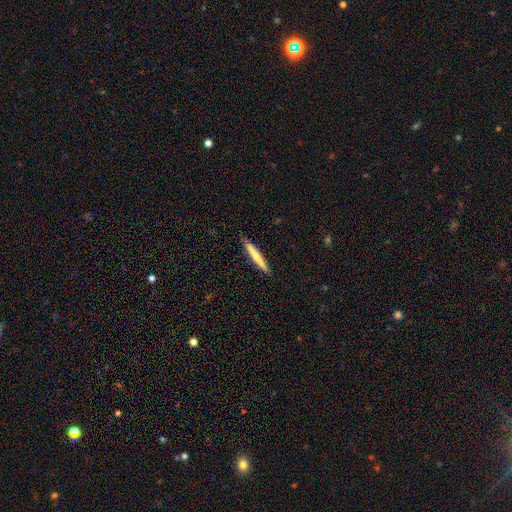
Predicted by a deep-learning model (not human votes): Smooth or featured: smooth — 66% (featured or disk — 28%)
How rounded: cigar-shaped — 95% (in between — 4%)
Merging: none — 89% (minor disturbance — 8%)